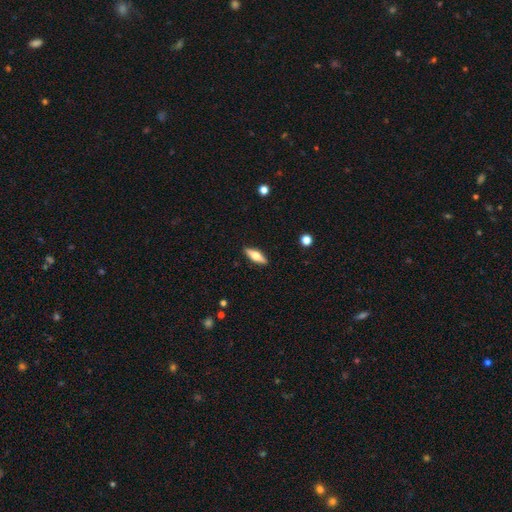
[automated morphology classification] Overall: featured or disk (47%, tied with smooth). Merging: none (90%).